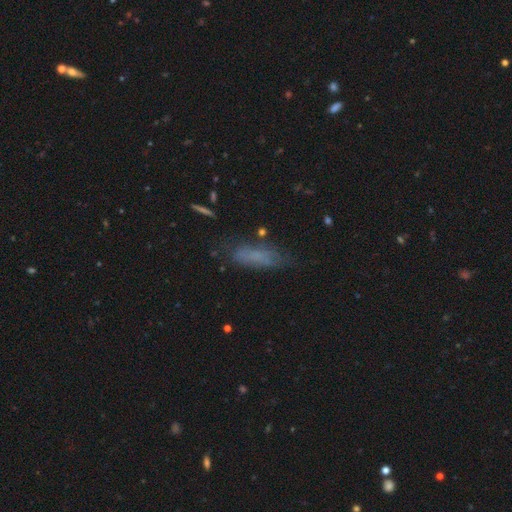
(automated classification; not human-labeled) smooth-or-featured: smooth: 65% | featured or disk: 21% | star or artifact: 14%
  how-rounded: in between: 49% | cigar-shaped: 48% | round: 3%
  merging: none: 64% | minor disturbance: 23% | major disturbance: 10% | merger: 3%